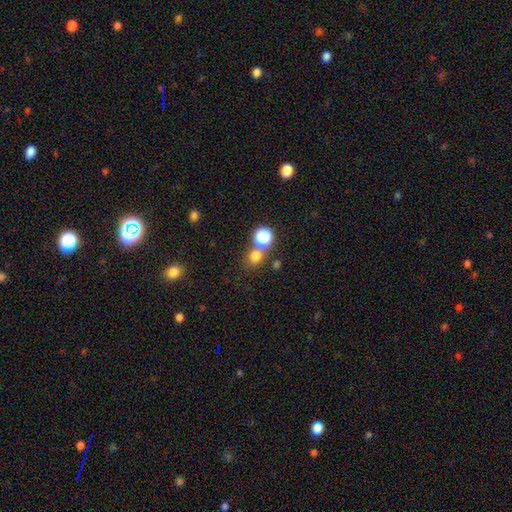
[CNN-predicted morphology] This is likely a smooth galaxy (73%). How rounded: clearly round (85%). Merging: likely none (65%).